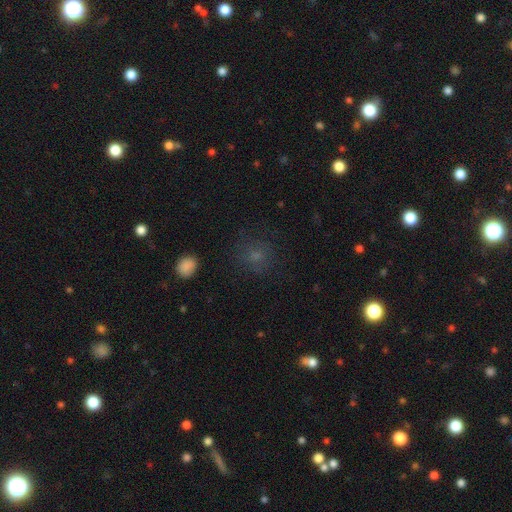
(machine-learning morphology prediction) This is likely a smooth galaxy (67%). How rounded: clearly round (85%). Merging: likely none (79%).